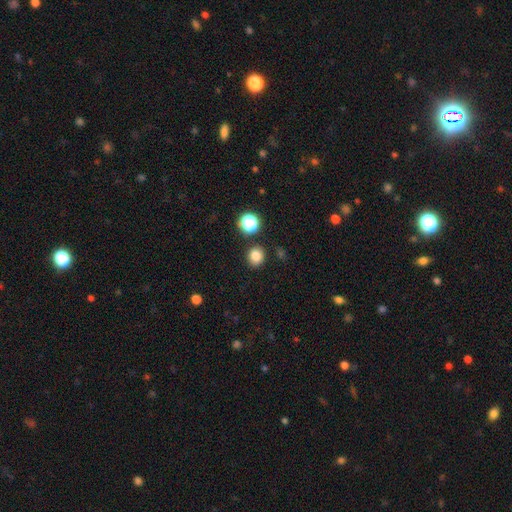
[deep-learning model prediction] This appears to be a smooth galaxy with no disk features (81%) that is round (82%). Merging: none (87%).